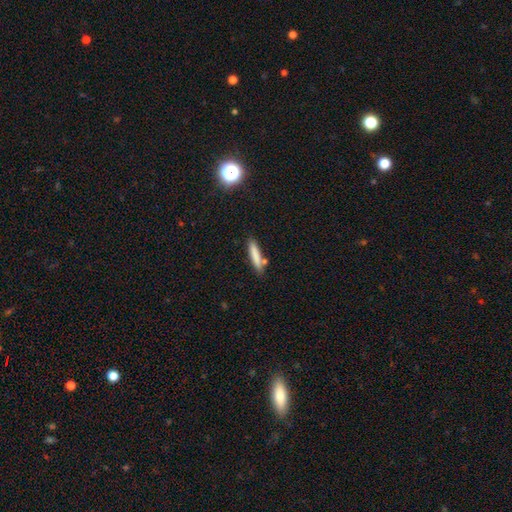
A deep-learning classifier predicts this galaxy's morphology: smooth-or-featured: smooth: 80% | featured or disk: 13% | star or artifact: 7%
  how-rounded: cigar-shaped: 88% | in between: 11% | round: 2%
  merging: none: 77% | minor disturbance: 12% | merger: 9% | major disturbance: 3%